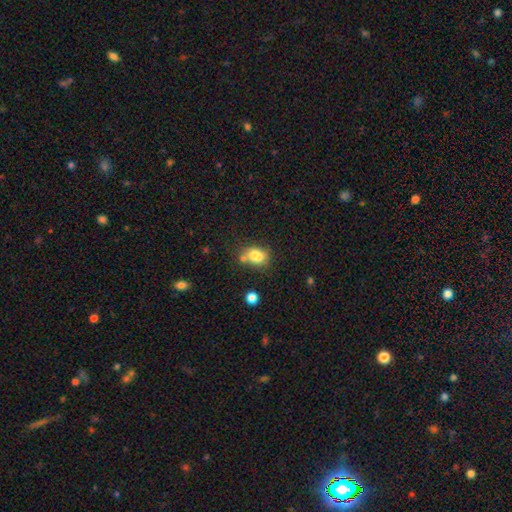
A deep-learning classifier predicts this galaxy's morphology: type=smooth (78%); roundness=in between (65%); merging=none (48%).